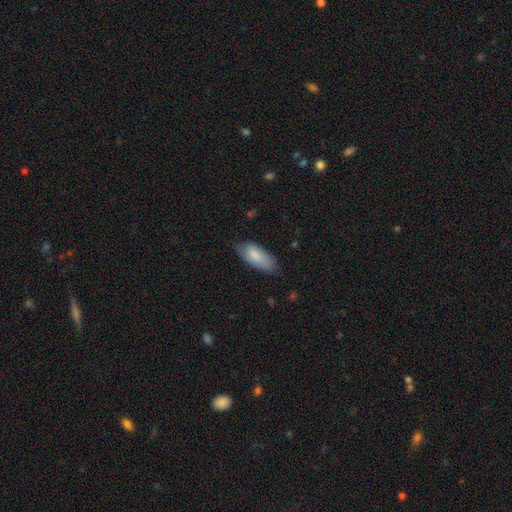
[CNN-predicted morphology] Q: Smooth or featured?
A: smooth (83%); runner-up: featured or disk (11%)
Q: How rounded?
A: in between (84%); runner-up: cigar-shaped (14%)
Q: Merging?
A: none (68%); runner-up: minor disturbance (26%)